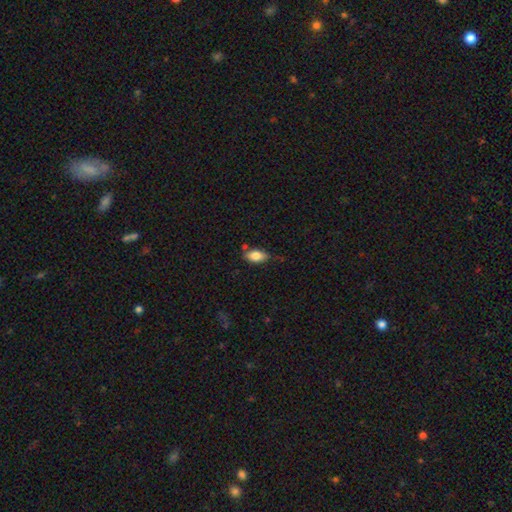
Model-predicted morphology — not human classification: Q: Smooth or featured?
A: smooth (83%); runner-up: featured or disk (10%)
Q: How rounded?
A: in between (91%); runner-up: cigar-shaped (5%)
Q: Merging?
A: none (69%); runner-up: minor disturbance (21%)